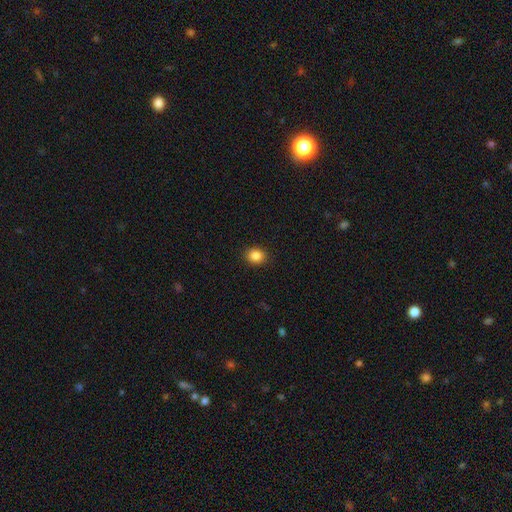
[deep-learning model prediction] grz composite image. It shows a smooth galaxy with no disk features (86%) that is round (65%). Merging: none (90%).